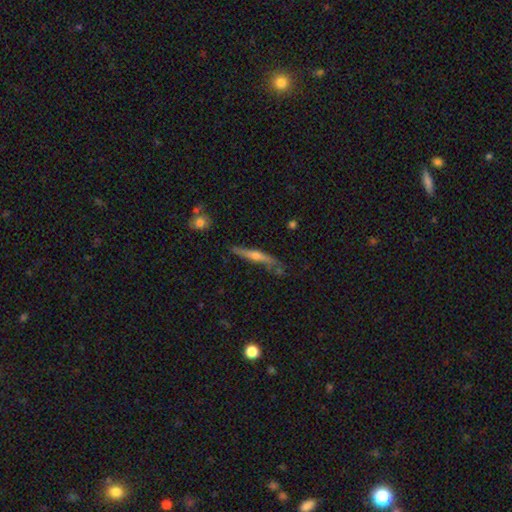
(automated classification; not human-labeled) Smooth or featured: featured or disk — 63% (smooth — 30%)
Edge-on disk: yes — 95% (no — 5%)
Edge-on bulge: rounded — 80% (none — 14%)
Merging: none — 75% (minor disturbance — 17%)